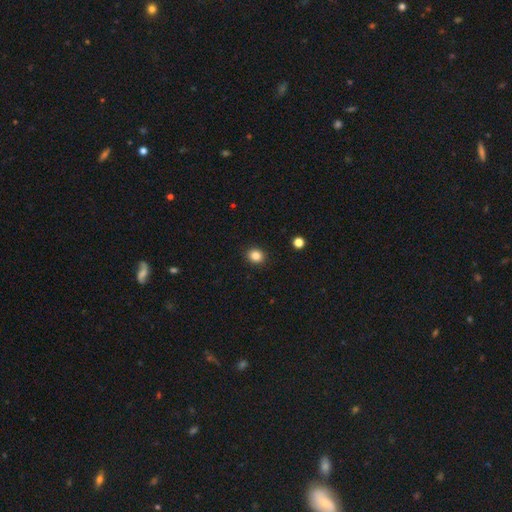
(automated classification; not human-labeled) Smooth or featured? smooth (85%)
How rounded? round (72%)
Merging? none (91%)